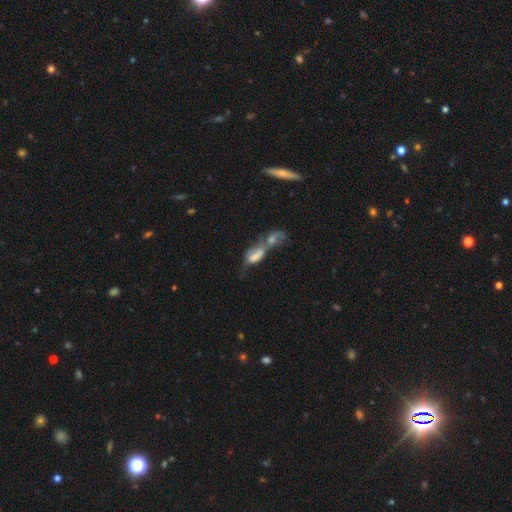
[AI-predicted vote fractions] Smooth or featured?
  - smooth: 53% *
  - featured or disk: 36%
  - star or artifact: 10%
How rounded?
  - in between: 80% *
  - cigar-shaped: 13%
  - round: 7%
Merging?
  - merger: 77% *
  - major disturbance: 9%
  - none: 9%
  - minor disturbance: 6%